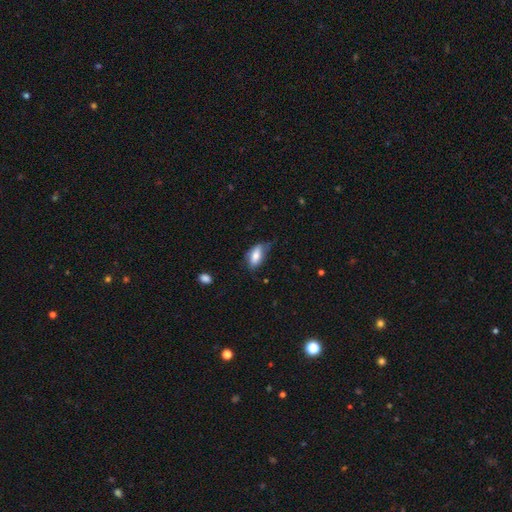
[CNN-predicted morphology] Smooth or featured? smooth (74%)
How rounded? in between (88%)
Merging? none (47%)